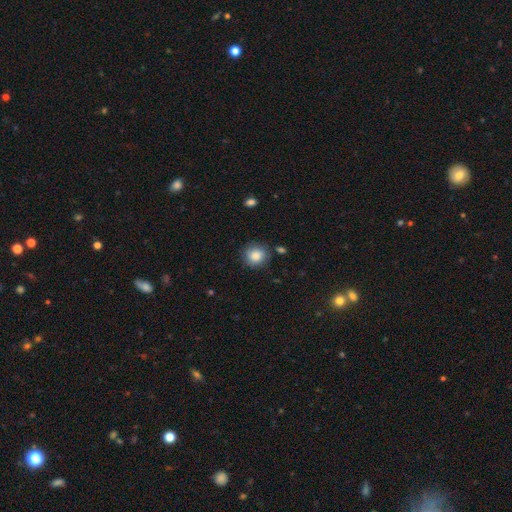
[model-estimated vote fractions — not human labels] Morphology: type=smooth (83%); roundness=round (85%); merging=none (80%).